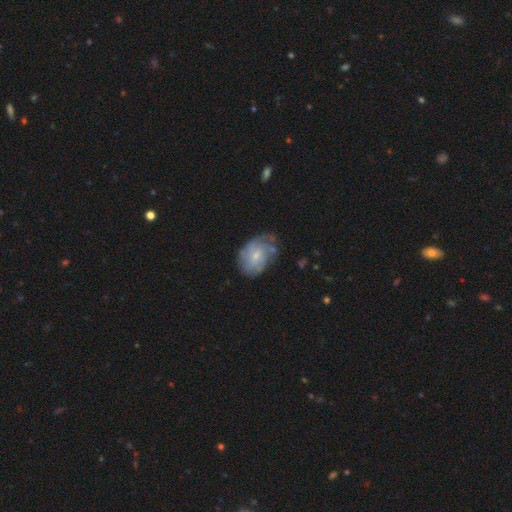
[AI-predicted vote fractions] Smooth or featured: featured or disk — 61% (smooth — 31%)
Edge-on disk: no — 97% (yes — 3%)
Bar: no — 64% (weak — 32%)
Spiral arms: yes — 79% (no — 21%)
Bulge size: small — 67% (moderate — 27%)
Merging: none — 56% (minor disturbance — 28%)